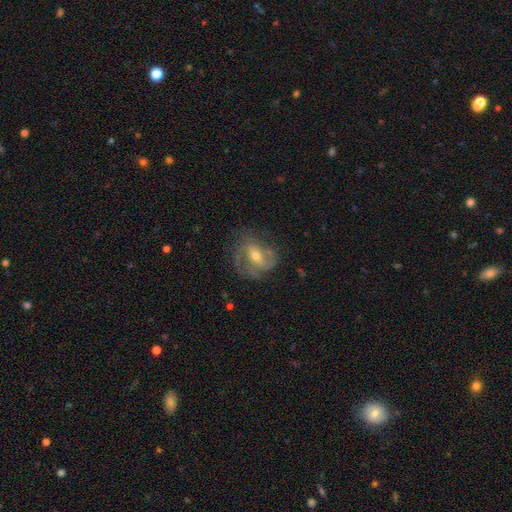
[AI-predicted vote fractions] Overall: featured or disk (77%). Edge-on disk: no (96%). Bar: weak (43%; no 35%). Spiral arms: yes (88%). Spiral arm count: 2 (39%; can't tell 24%). Spiral winding: medium (45%; tight 31%). Bulge size: moderate (54%; small 42%). Merging: none (61%; minor disturbance 21%).